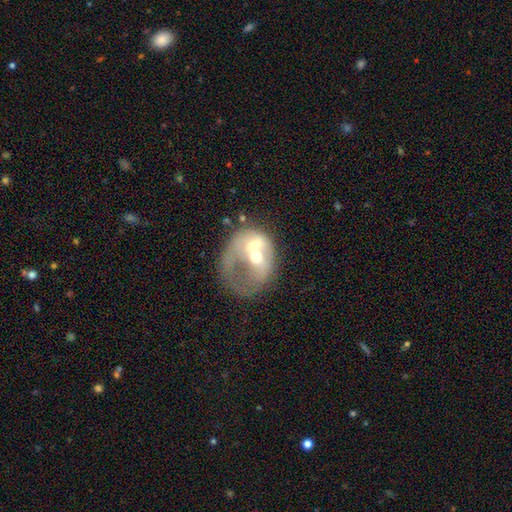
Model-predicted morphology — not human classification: A featured or disk galaxy (57%) with no bar (79%), no spiral arms (75%) and a moderate central bulge (61%). Merging: merger (57%).